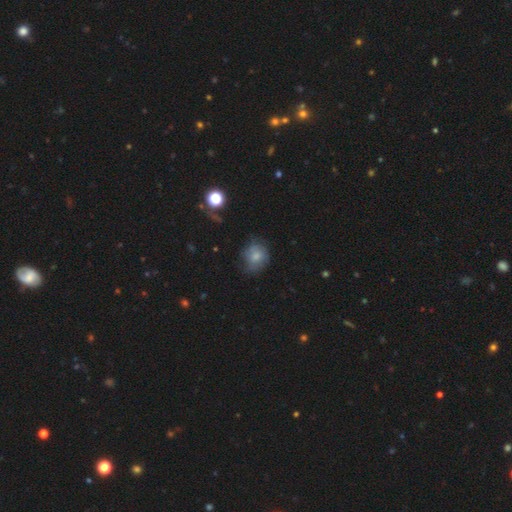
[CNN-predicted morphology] Q: Smooth or featured?
A: smooth (74%); runner-up: featured or disk (16%)
Q: How rounded?
A: round (70%); runner-up: in between (29%)
Q: Merging?
A: none (60%); runner-up: minor disturbance (28%)